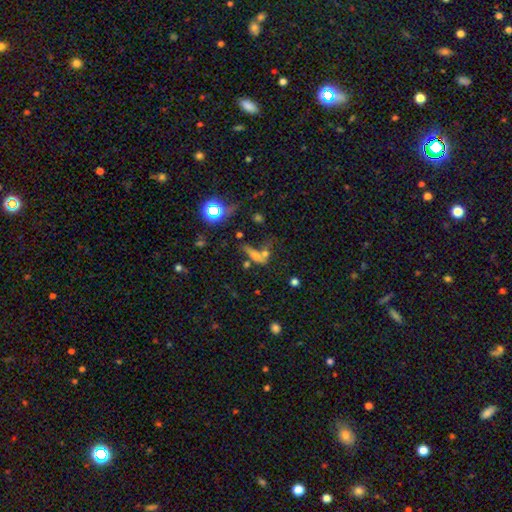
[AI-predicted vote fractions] smooth-or-featured: smooth: 46% | star or artifact: 31% | featured or disk: 24%
  merging: merger: 39% | none: 36% | major disturbance: 13% | minor disturbance: 12%